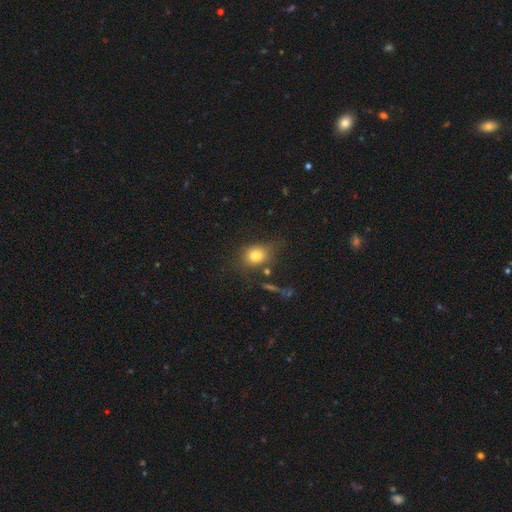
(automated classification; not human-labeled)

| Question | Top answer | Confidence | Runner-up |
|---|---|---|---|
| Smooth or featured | smooth | 78% | star or artifact (11%) |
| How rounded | round | 57% | in between (41%) |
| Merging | none | 65% | minor disturbance (21%) |